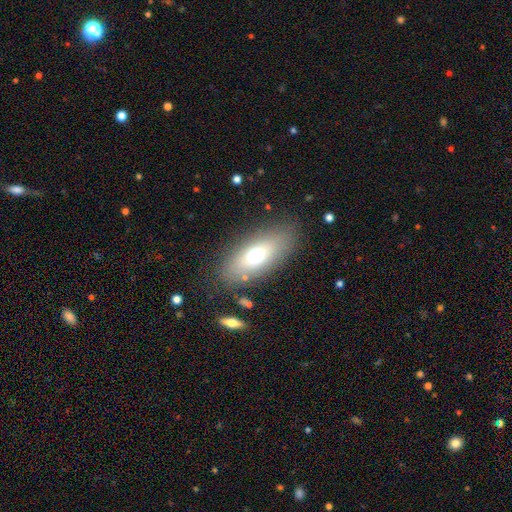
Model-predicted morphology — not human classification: Smooth or featured? smooth (63%)
How rounded? in between (80%)
Merging? none (79%)